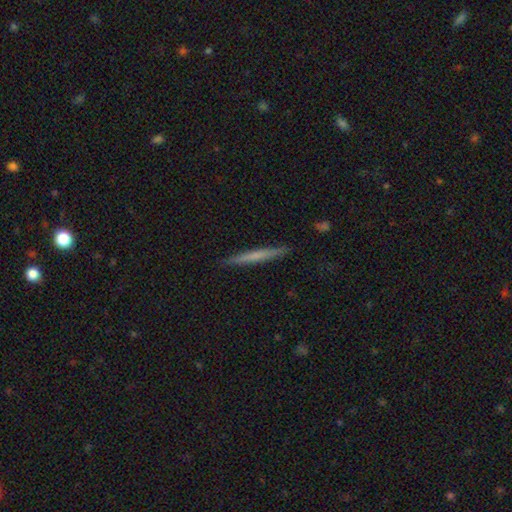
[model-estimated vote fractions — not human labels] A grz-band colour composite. It shows a smooth galaxy with no disk features (57%) that is cigar-shaped (96%). Merging: none (91%).